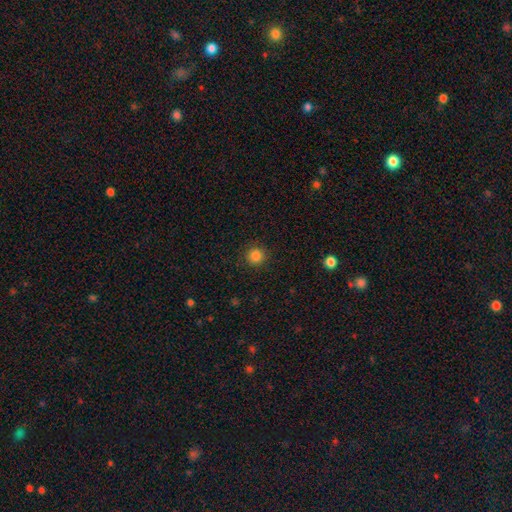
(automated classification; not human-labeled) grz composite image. It shows a smooth galaxy with no disk features (85%) that is round (93%). Merging: none (90%).